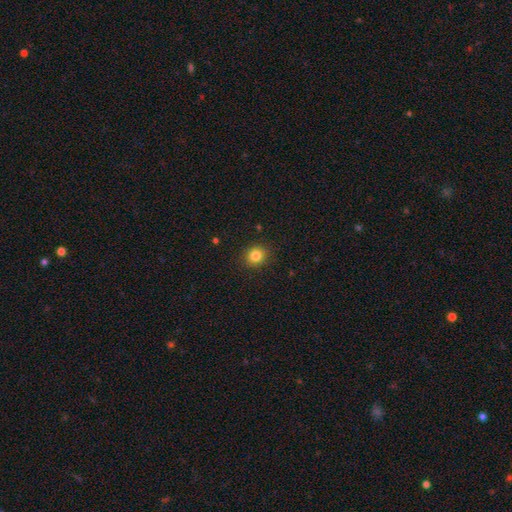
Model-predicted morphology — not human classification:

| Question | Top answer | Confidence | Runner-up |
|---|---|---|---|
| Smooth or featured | smooth | 83% | star or artifact (12%) |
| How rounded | round | 82% | in between (17%) |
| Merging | none | 90% | minor disturbance (7%) |